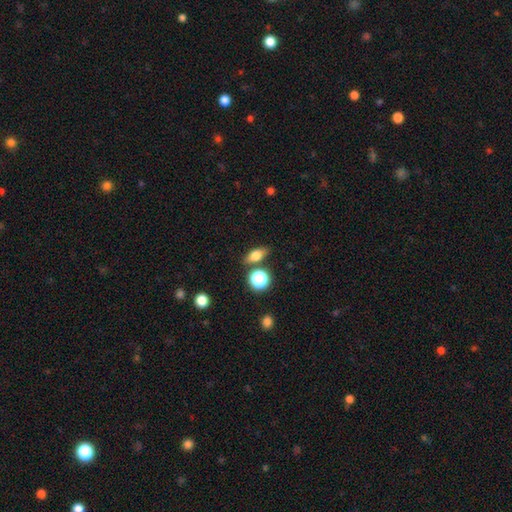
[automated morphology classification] smooth-or-featured: smooth: 70% | featured or disk: 17% | star or artifact: 13%
  how-rounded: in between: 65% | round: 19% | cigar-shaped: 15%
  merging: none: 78% | minor disturbance: 11% | merger: 8% | major disturbance: 3%